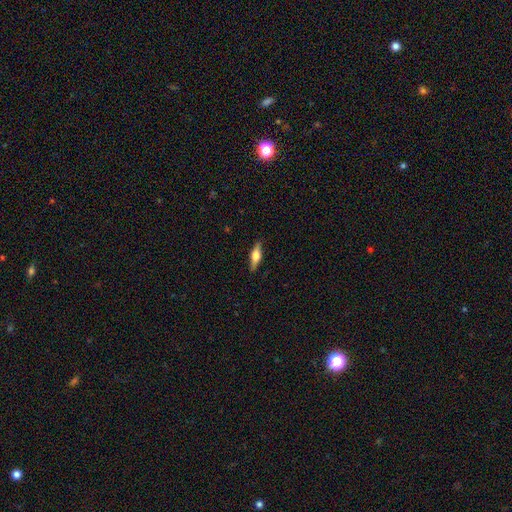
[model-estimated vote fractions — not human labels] A featured or disk galaxy (55%) viewed edge-on (93%) with a rounded central bulge (90%). Merging: none (86%).